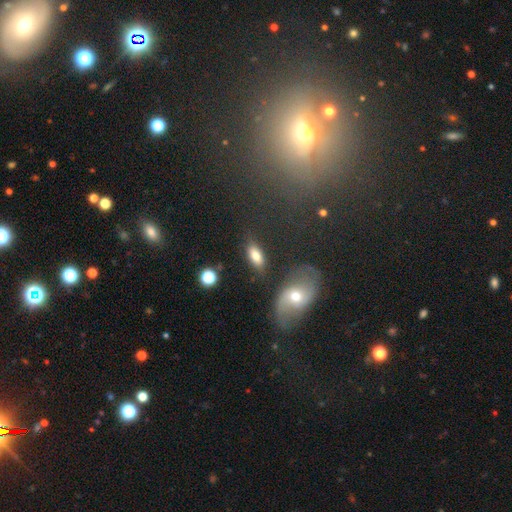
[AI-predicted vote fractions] A smooth galaxy with no disk features (79%) that is in between round and cigar-shaped (85%). Merging: none (74%).